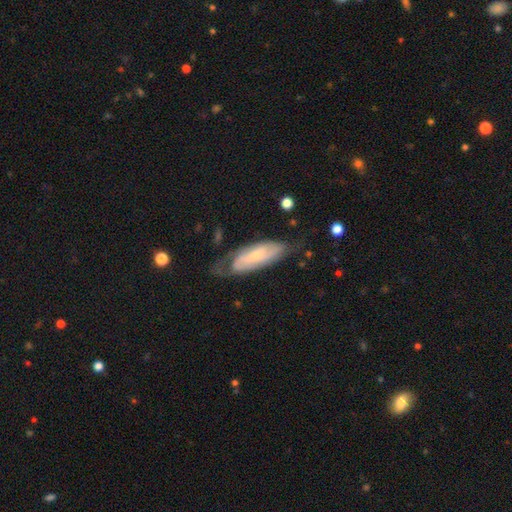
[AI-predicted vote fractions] This is likely a featured or disk galaxy (62%). It is clearly not viewed edge-on (83%). Bar: possibly no (58%). Spiral arm pattern: clearly yes (83%). Central bulge: likely small (68%). Merging: possibly none (52%).